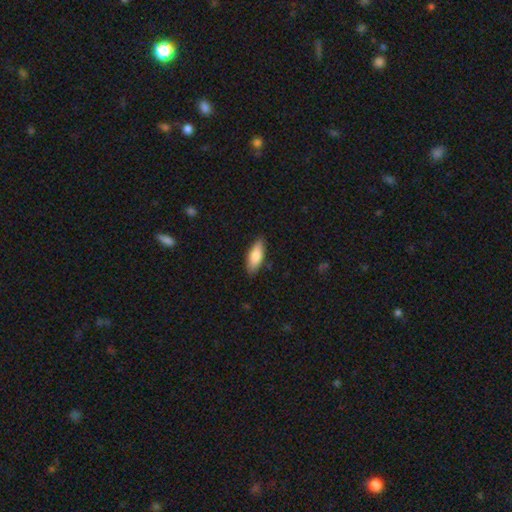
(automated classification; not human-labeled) A smooth galaxy with no disk features (82%) that is in between round and cigar-shaped (73%).

Vote fractions:
- Smooth or featured? smooth: 82% / featured or disk: 12% / star or artifact: 6%
- How rounded? in between: 73% / cigar-shaped: 25% / round: 2%
- Merging? none: 85% / minor disturbance: 11% / major disturbance: 2% / merger: 1%